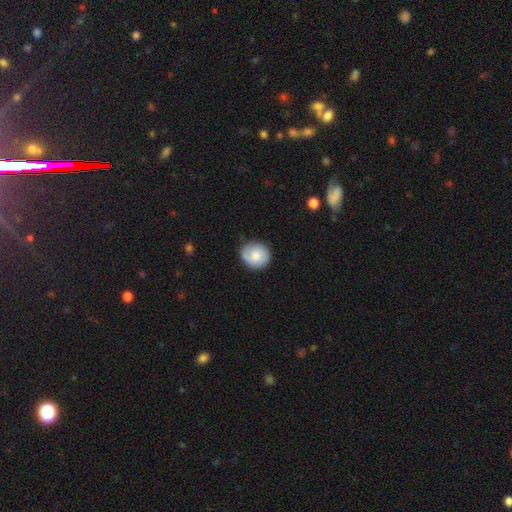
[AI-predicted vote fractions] A smooth galaxy with no disk features (70%) that is round (84%).

Vote fractions:
- Smooth or featured? smooth: 70% / featured or disk: 23% / star or artifact: 7%
- How rounded? round: 84% / in between: 16% / cigar-shaped: 1%
- Merging? none: 79% / minor disturbance: 16% / major disturbance: 4% / merger: 1%